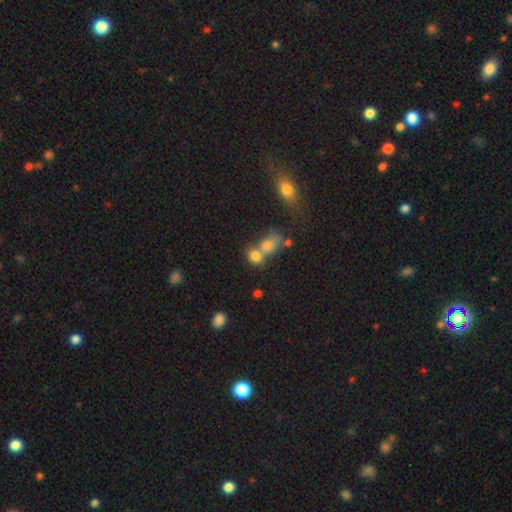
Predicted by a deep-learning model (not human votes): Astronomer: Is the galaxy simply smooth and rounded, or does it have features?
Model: smooth — 75%.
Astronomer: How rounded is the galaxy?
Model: round — 53% (runner-up: in between, 45%).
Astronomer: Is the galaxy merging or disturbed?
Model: merger — 56% (runner-up: none, 32%).